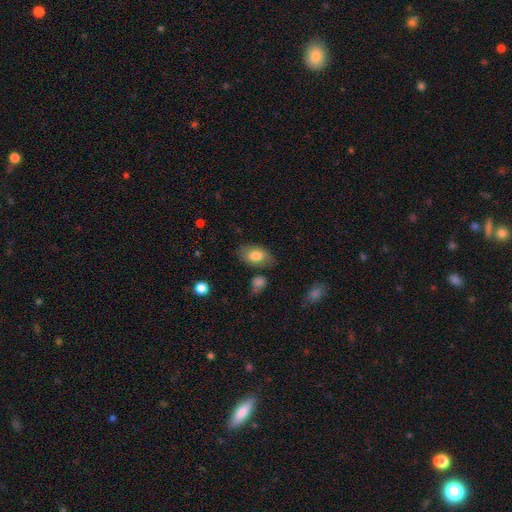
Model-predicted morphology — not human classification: smooth_or_featured: smooth (p=0.77) [alt: featured or disk p=0.16]
how_rounded: in between (p=0.91) [alt: round p=0.08]
merging: none (p=0.73) [alt: minor disturbance p=0.17]